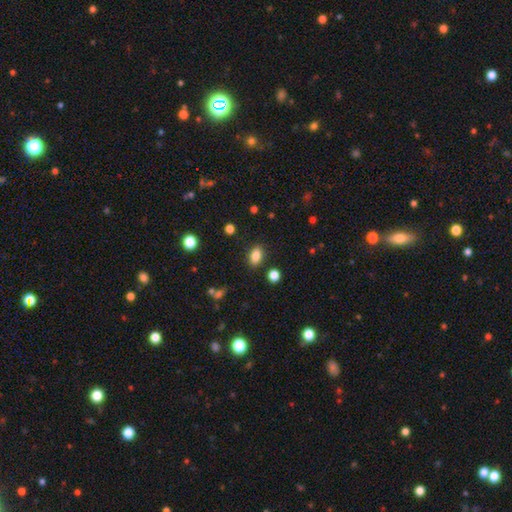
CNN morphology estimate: type=smooth (84%); roundness=in between (86%); merging=none (85%).